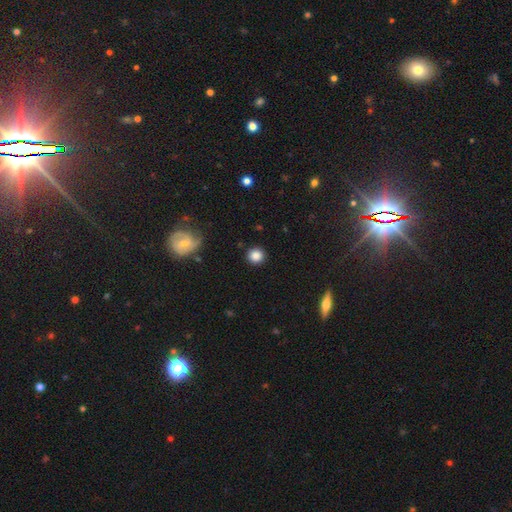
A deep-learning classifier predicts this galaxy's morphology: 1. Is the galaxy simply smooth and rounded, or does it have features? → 85% smooth, 10% star or artifact, 5% featured or disk.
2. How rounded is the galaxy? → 92% round, 7% in between, 1% cigar-shaped.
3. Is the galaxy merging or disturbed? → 90% none, 6% minor disturbance, 2% major disturbance, 1% merger.